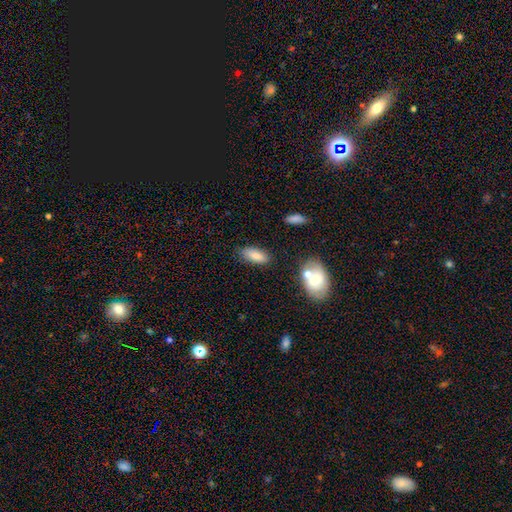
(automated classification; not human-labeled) Smooth or featured: smooth — 80% (featured or disk — 12%)
How rounded: in between — 83% (cigar-shaped — 14%)
Merging: none — 79% (minor disturbance — 13%)